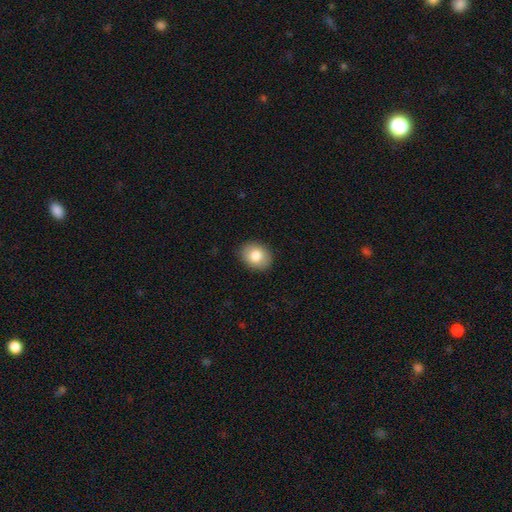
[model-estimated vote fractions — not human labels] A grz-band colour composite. It shows a smooth galaxy with no disk features (82%) that is in between round and cigar-shaped (60%). Merging: none (88%).